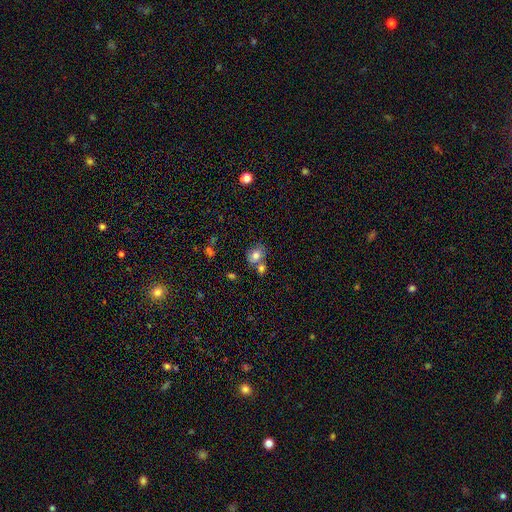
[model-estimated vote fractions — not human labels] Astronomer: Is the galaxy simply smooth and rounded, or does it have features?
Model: smooth — 77%.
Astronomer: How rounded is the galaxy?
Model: in between — 52% (runner-up: round, 47%).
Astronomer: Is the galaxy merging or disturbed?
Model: none — 46% (runner-up: merger, 34%).